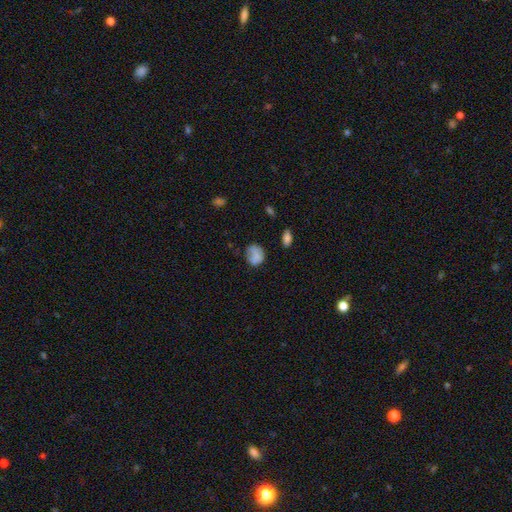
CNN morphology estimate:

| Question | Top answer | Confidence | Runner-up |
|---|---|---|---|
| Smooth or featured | smooth | 75% | featured or disk (15%) |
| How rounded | in between | 50% | round (48%) |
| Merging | none | 53% | minor disturbance (29%) |